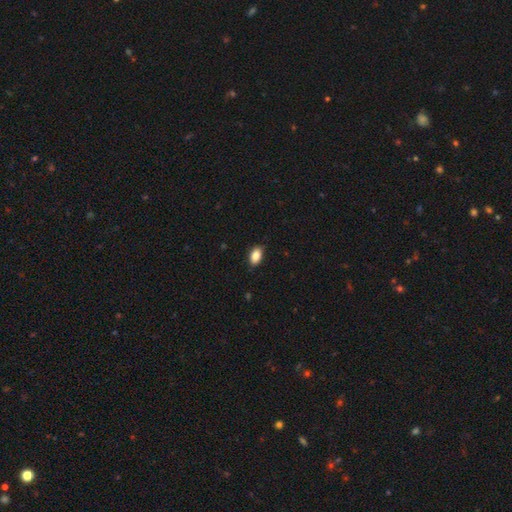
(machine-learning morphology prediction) smooth_or_featured: smooth (p=0.87) [alt: star or artifact p=0.08]
how_rounded: in between (p=0.89) [alt: round p=0.08]
merging: none (p=0.85) [alt: minor disturbance p=0.12]